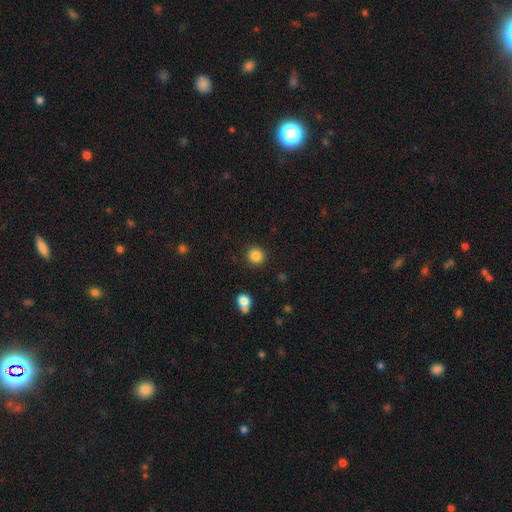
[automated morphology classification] smooth-or-featured: smooth: 85% | star or artifact: 11% | featured or disk: 4%
  how-rounded: round: 92% | in between: 7% | cigar-shaped: 1%
  merging: none: 90% | minor disturbance: 6% | major disturbance: 2% | merger: 2%